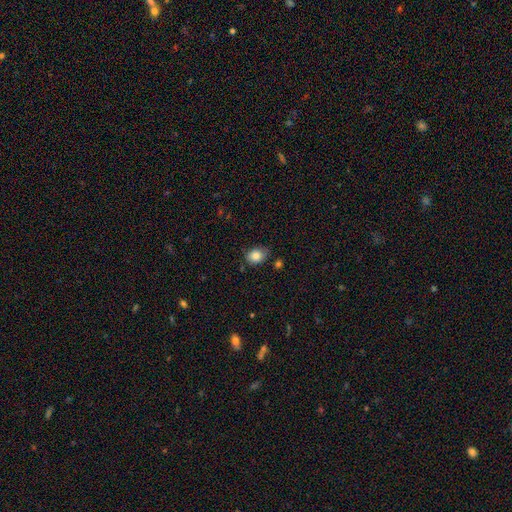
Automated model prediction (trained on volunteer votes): Overall: smooth (85%). How rounded: in between (60%; round 39%). Merging: none (71%).